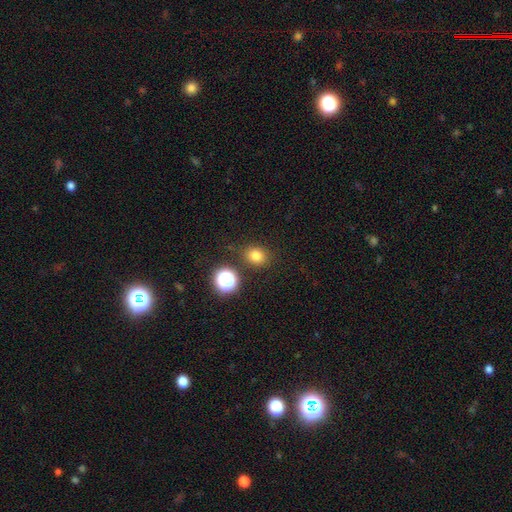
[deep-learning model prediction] The model was most divided on "how rounded": round: 62%, in between: 37%, cigar-shaped: 1%. More confident: merging — none (82%); smooth or featured — smooth (78%).